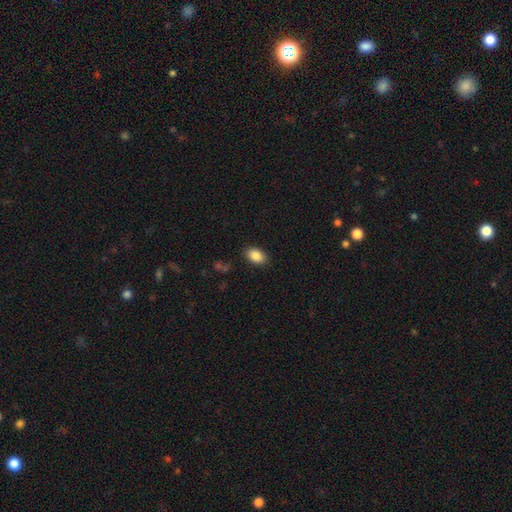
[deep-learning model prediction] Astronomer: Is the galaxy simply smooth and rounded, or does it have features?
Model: smooth — 88%.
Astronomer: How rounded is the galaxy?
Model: in between — 89%.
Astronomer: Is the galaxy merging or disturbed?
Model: none — 87%.